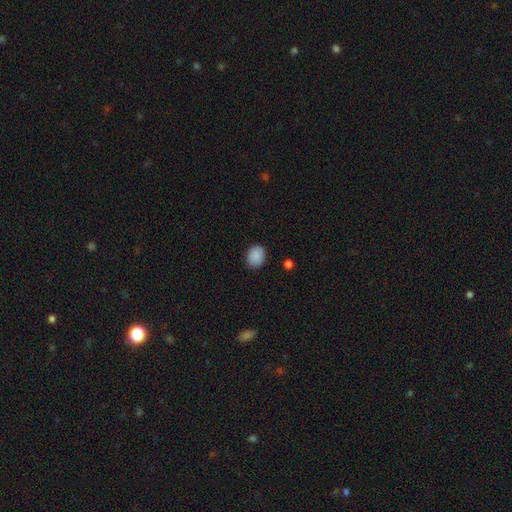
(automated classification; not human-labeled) Smooth or featured?
  - smooth: 89% *
  - star or artifact: 8%
  - featured or disk: 3%
How rounded?
  - in between: 51% *
  - round: 48%
  - cigar-shaped: 1%
Merging?
  - none: 87% *
  - minor disturbance: 10%
  - major disturbance: 2%
  - merger: 1%